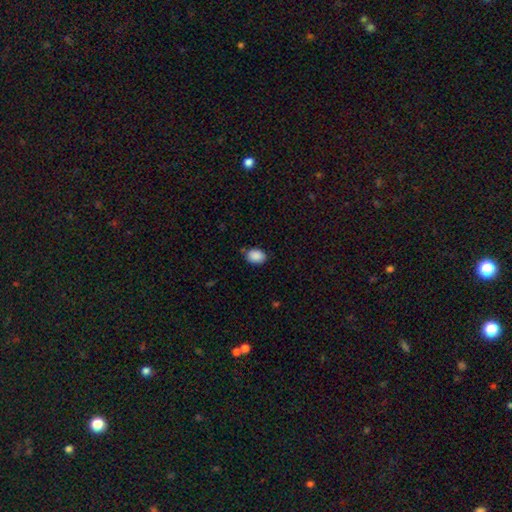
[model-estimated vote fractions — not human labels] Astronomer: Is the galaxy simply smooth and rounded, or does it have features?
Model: smooth — 89%.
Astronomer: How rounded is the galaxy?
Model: in between — 75%.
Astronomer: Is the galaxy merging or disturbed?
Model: none — 81%.